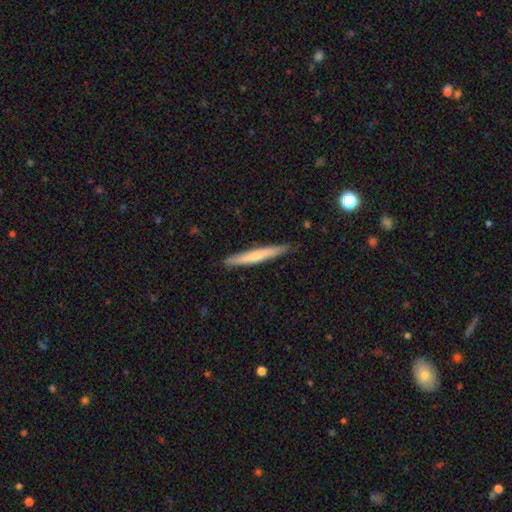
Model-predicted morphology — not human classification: This is possibly a smooth galaxy (58%). How rounded: clearly cigar-shaped (96%). Merging: clearly none (87%).